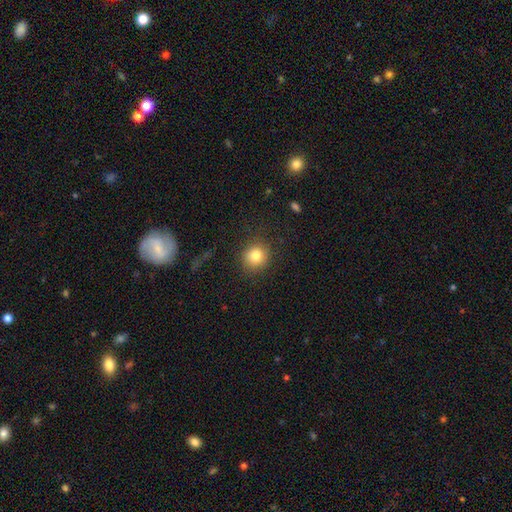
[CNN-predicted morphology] A smooth galaxy with no disk features (81%) that is round (86%).

Vote fractions:
- Smooth or featured? smooth: 81% / star or artifact: 11% / featured or disk: 8%
- How rounded? round: 86% / in between: 13% / cigar-shaped: 1%
- Merging? none: 86% / minor disturbance: 9% / major disturbance: 4% / merger: 1%